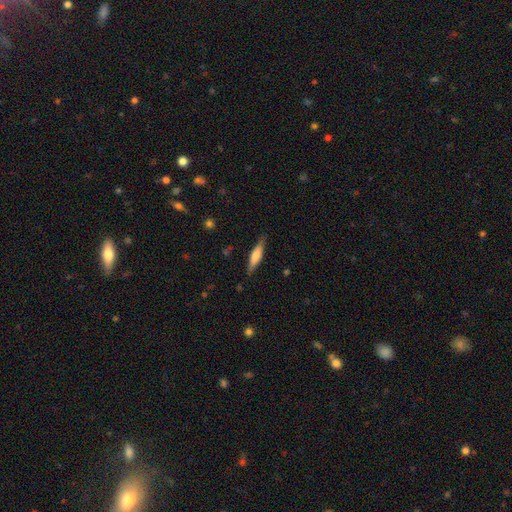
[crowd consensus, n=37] Smooth or featured: smooth — 59% (featured or disk — 38%)
How rounded: cigar-shaped — 68% (in between — 32%)
Merging: none — 92% (minor disturbance — 6%)